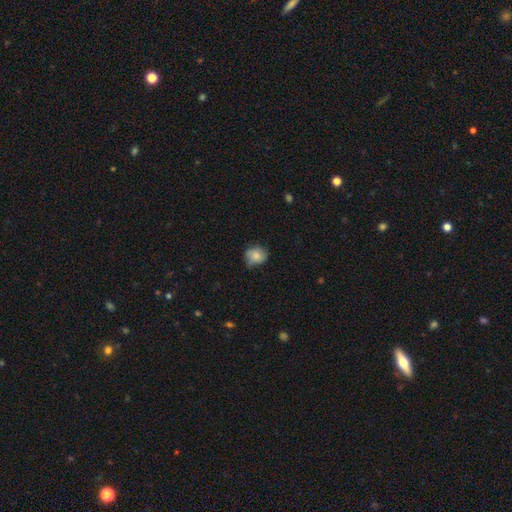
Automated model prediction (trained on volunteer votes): Morphology: type=smooth (77%); roundness=round (69%); merging=none (64%).